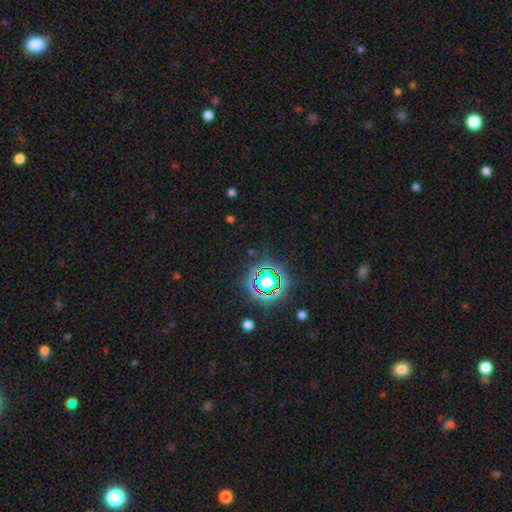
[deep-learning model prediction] Overall: star or artifact (81%).